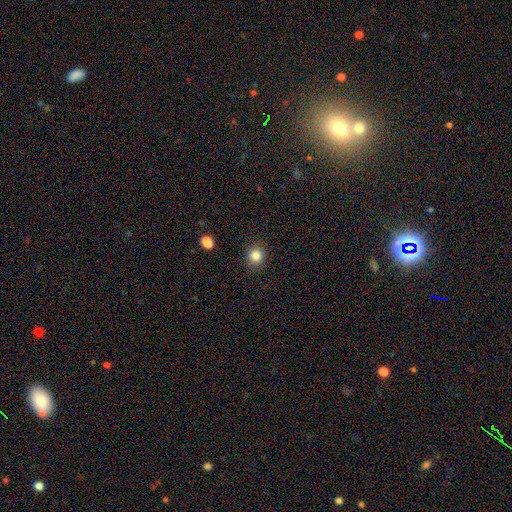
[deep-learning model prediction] Smooth or featured? smooth (84%)
How rounded? round (82%)
Merging? none (88%)